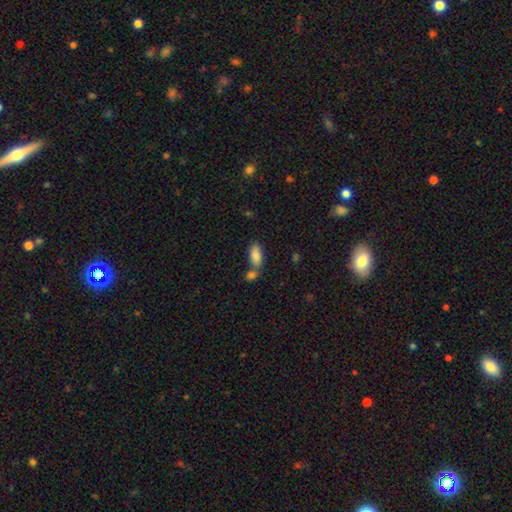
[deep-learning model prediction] Smooth or featured?
  - smooth: 86% *
  - star or artifact: 7%
  - featured or disk: 7%
How rounded?
  - in between: 89% *
  - cigar-shaped: 9%
  - round: 3%
Merging?
  - none: 49% *
  - merger: 36%
  - minor disturbance: 11%
  - major disturbance: 4%